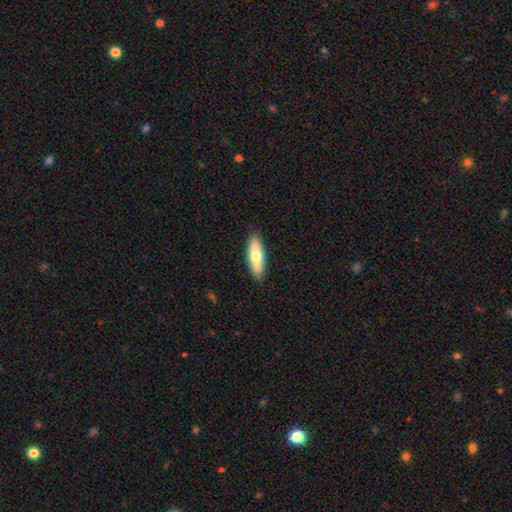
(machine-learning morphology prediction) Smooth or featured: smooth — 65% (featured or disk — 29%)
How rounded: in between — 51% (cigar-shaped — 47%)
Merging: none — 88% (minor disturbance — 9%)